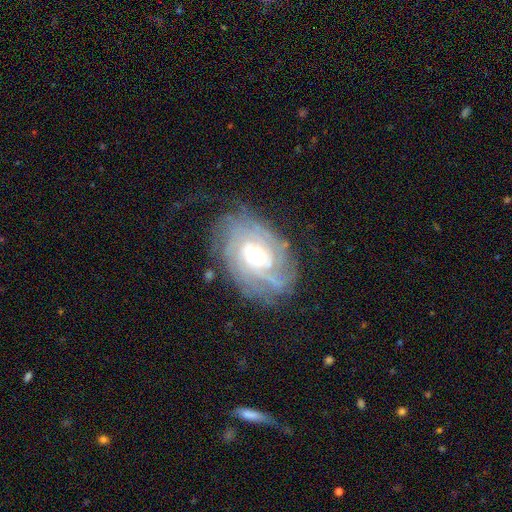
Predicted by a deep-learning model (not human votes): Smooth or featured: featured or disk — 86% (smooth — 8%)
Edge-on disk: no — 96% (yes — 4%)
Bar: no — 71% (weak — 23%)
Spiral arms: yes — 95% (no — 5%)
Spiral winding: tight — 73% (medium — 22%)
Spiral arm count: can't tell — 39% (4 — 16%)
Bulge size: small — 48% (moderate — 45%)
Merging: none — 73% (minor disturbance — 18%)